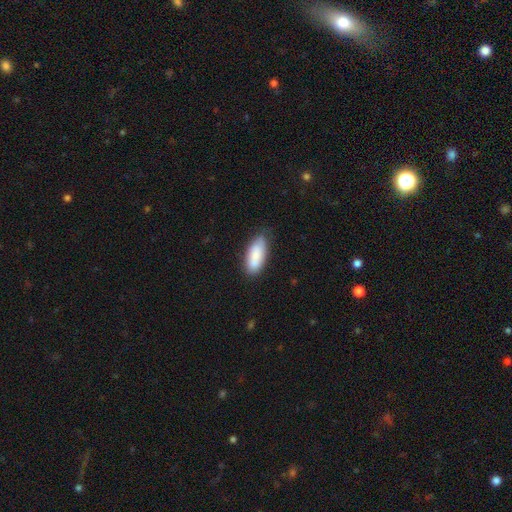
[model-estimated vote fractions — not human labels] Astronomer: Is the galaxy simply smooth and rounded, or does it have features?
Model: smooth — 80%.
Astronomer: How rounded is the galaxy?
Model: in between — 81%.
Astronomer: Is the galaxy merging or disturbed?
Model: none — 75%.